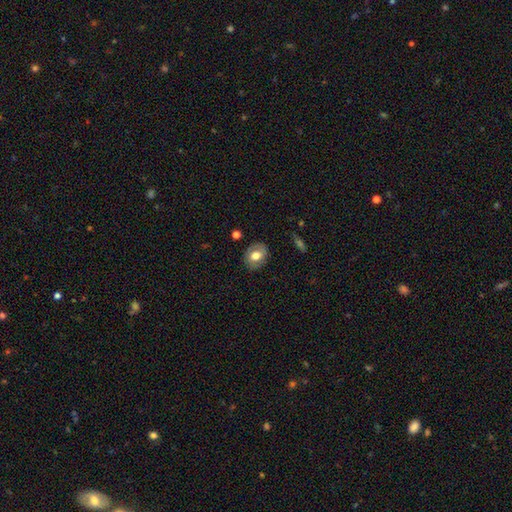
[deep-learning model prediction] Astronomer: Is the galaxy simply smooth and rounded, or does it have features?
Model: smooth — 65%.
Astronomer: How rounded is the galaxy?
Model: round — 51% (runner-up: in between, 48%).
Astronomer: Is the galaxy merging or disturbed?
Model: none — 83%.